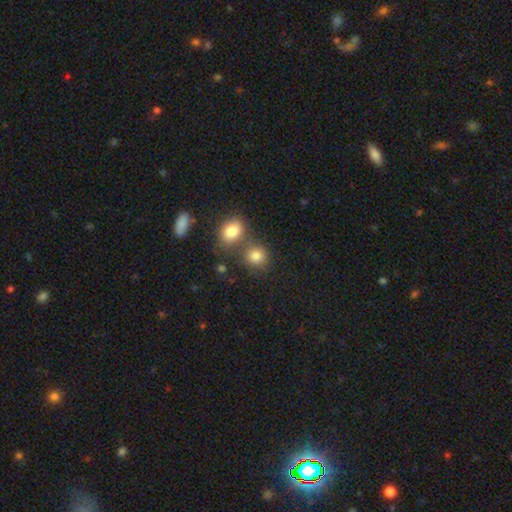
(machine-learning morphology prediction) Smooth or featured?
  - smooth: 81% *
  - star or artifact: 12%
  - featured or disk: 7%
How rounded?
  - round: 76% *
  - in between: 22%
  - cigar-shaped: 1%
Merging?
  - none: 59% *
  - merger: 28%
  - minor disturbance: 10%
  - major disturbance: 4%